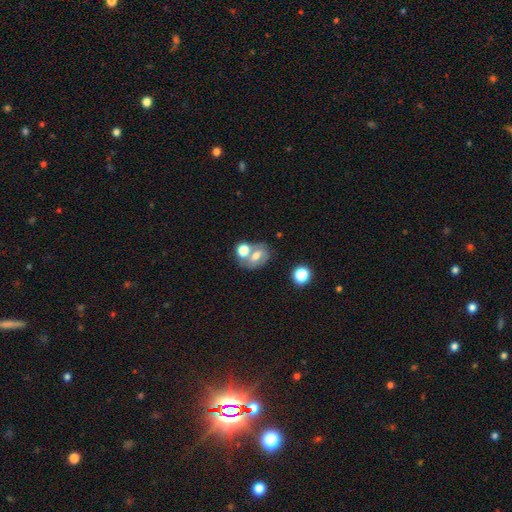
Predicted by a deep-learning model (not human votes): Q: Smooth or featured?
A: smooth (47%); runner-up: featured or disk (41%)
Q: Merging?
A: merger (41%); runner-up: none (39%)